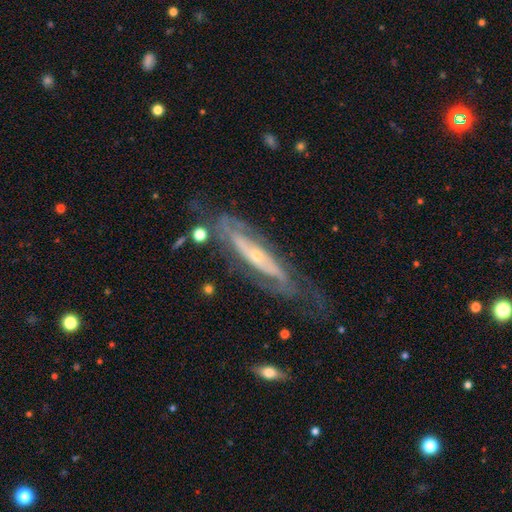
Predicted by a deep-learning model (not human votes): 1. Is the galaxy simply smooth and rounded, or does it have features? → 84% featured or disk, 10% smooth, 6% star or artifact.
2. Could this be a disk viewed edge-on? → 70% no, 30% yes.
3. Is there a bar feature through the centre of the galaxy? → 48% no, 27% weak, 25% strong.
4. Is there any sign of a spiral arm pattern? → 90% yes, 10% no.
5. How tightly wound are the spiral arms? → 53% tight, 35% medium, 13% loose.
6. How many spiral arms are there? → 50% 2, 34% can't tell, 7% 3, 4% 1, 3% 4, 2% more than 4.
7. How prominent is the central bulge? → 66% small, 29% moderate, 2% large, 2% none, 1% dominant.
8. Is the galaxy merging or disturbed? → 63% none, 21% minor disturbance, 13% major disturbance, 3% merger.